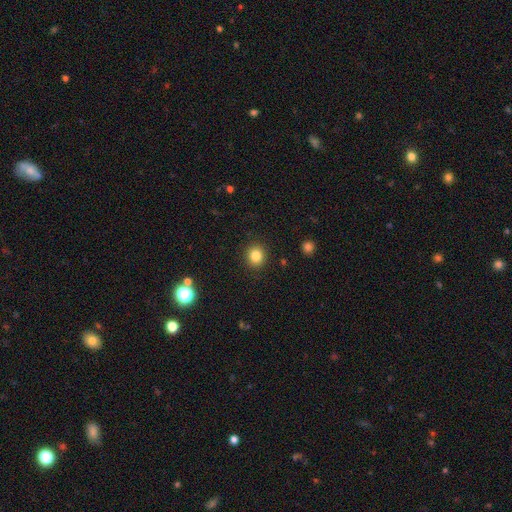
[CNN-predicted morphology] smooth 83%, star or artifact 12%, featured or disk 5%. Down the decision tree: how rounded — round (86%); merging — none (91%).